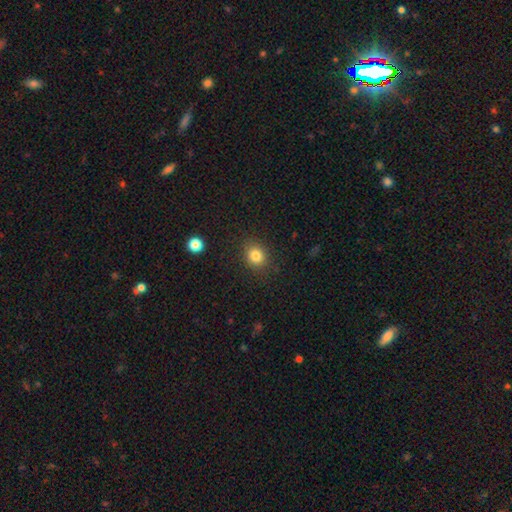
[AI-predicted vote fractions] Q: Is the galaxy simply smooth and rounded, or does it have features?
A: smooth — 82%.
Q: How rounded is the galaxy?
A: round — 71%.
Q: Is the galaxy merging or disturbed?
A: none — 87%.